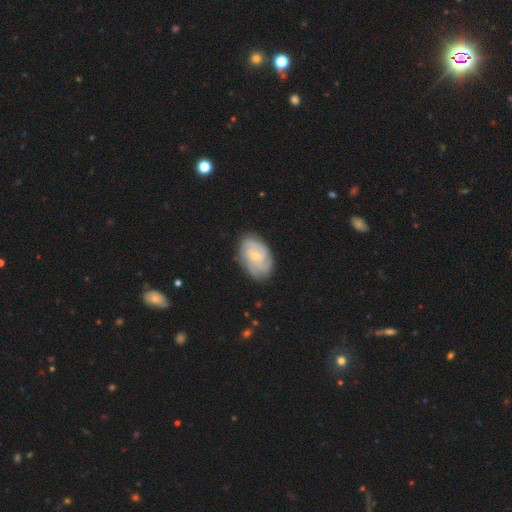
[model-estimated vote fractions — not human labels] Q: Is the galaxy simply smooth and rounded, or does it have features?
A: featured or disk — 73%.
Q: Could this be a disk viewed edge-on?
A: no — 97%.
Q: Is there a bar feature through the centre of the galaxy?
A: no — 72%.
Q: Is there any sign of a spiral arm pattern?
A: yes — 93%.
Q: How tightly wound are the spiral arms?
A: tight — 61%.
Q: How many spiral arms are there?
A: can't tell — 36%.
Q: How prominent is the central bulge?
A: small — 68%.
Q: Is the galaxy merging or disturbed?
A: none — 76%.